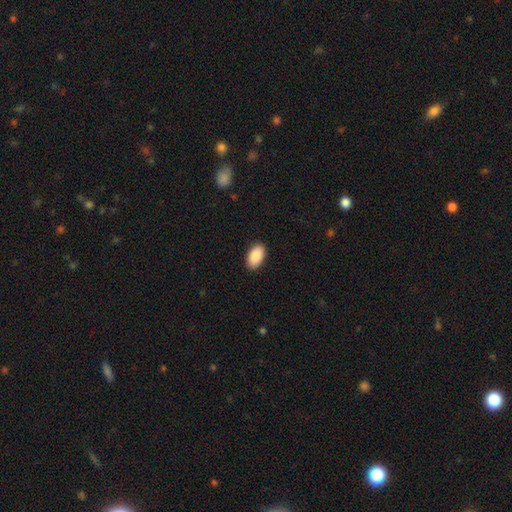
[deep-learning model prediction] This appears to be a smooth galaxy with no disk features (90%) that is in between round and cigar-shaped (95%). Merging: none (90%).